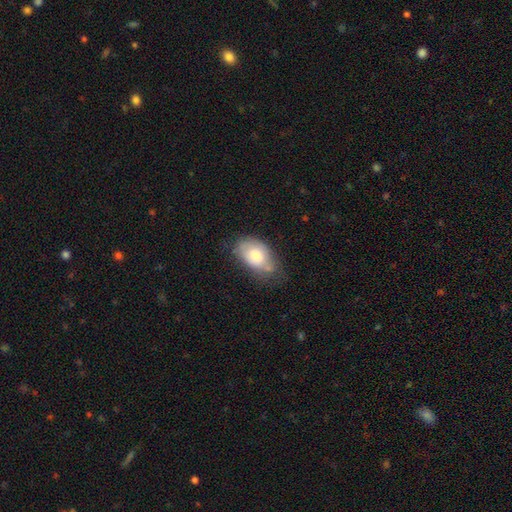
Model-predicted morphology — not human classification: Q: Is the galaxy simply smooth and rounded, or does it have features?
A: smooth — 69%.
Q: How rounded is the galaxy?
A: in between — 87%.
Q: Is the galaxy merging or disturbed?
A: none — 48%.